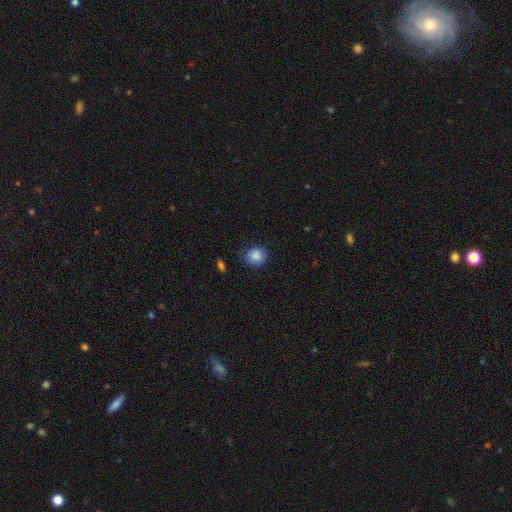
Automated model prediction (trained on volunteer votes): This is clearly a smooth galaxy (85%). How rounded: likely round (74%). Merging: likely none (77%).